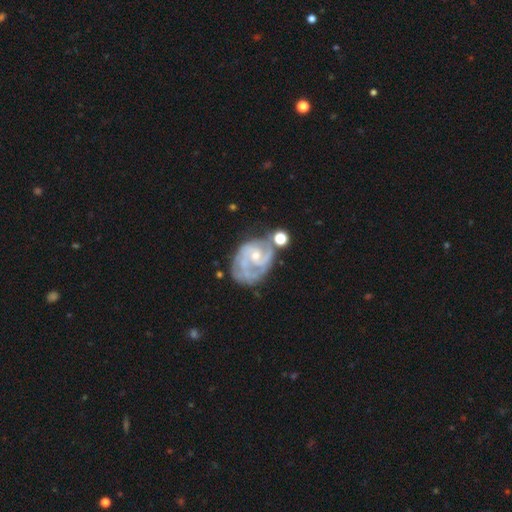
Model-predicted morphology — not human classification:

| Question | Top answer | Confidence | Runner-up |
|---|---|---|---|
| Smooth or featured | featured or disk | 85% | smooth (9%) |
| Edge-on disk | no | 98% | yes (2%) |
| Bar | no | 64% | weak (31%) |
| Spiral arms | yes | 92% | no (8%) |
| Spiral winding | tight | 49% | medium (40%) |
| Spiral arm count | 2 | 39% | can't tell (26%) |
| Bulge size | small | 65% | moderate (30%) |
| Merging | none | 45% | minor disturbance (25%) |